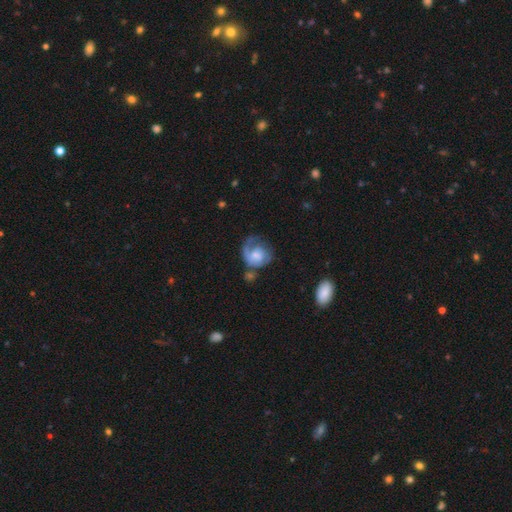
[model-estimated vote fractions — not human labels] Smooth or featured? Predicted: featured or disk (p=0.67). Edge-on disk? Predicted: no (p=0.98). Bar? Predicted: no (p=0.63). Spiral arms? Predicted: yes (p=0.86). Spiral winding? Predicted: tight (p=0.39). Spiral arm count? Predicted: 1 (p=0.63). Bulge size? Predicted: moderate (p=0.41). Merging? Predicted: none (p=0.41).